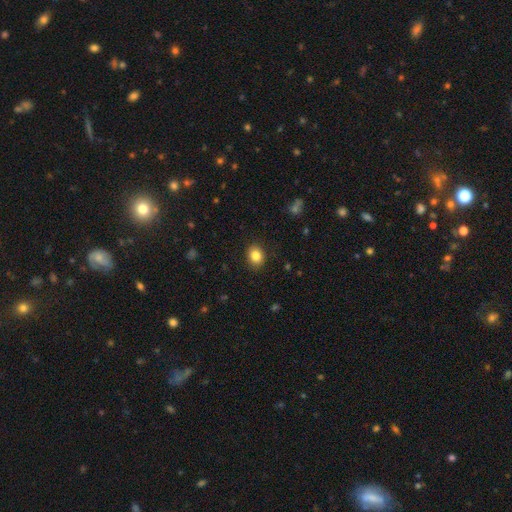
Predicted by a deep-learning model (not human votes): Smooth or featured?
  - smooth: 85% *
  - star or artifact: 10%
  - featured or disk: 6%
How rounded?
  - round: 54% *
  - in between: 45%
  - cigar-shaped: 1%
Merging?
  - none: 89% *
  - minor disturbance: 8%
  - major disturbance: 2%
  - merger: 1%